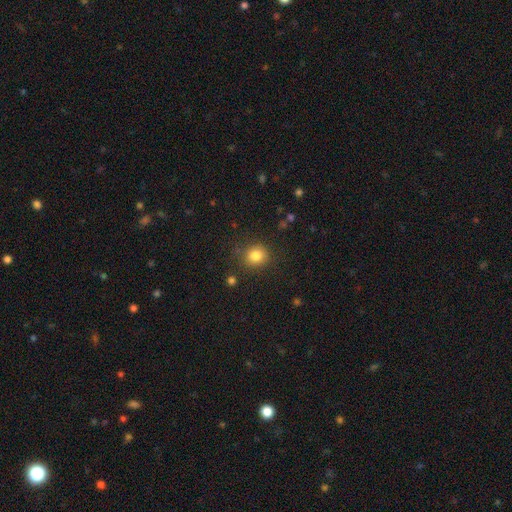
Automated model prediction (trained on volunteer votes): This is clearly a smooth galaxy (82%). How rounded: clearly round (84%). Merging: clearly none (84%).